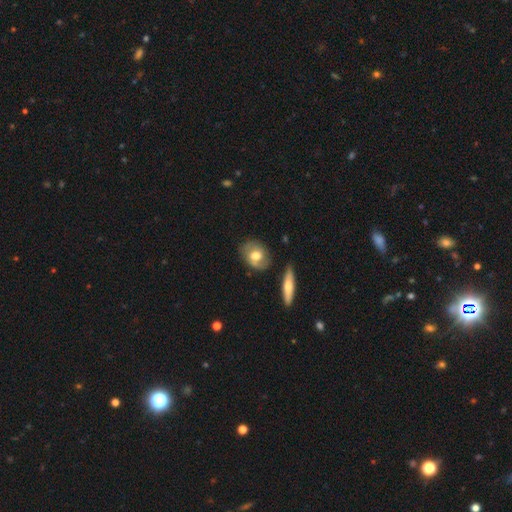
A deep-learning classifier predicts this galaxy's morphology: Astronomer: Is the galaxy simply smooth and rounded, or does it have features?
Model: smooth — 53% (runner-up: featured or disk, 40%).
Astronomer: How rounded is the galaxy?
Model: in between — 57% (runner-up: round, 40%).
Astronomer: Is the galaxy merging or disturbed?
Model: none — 73%.